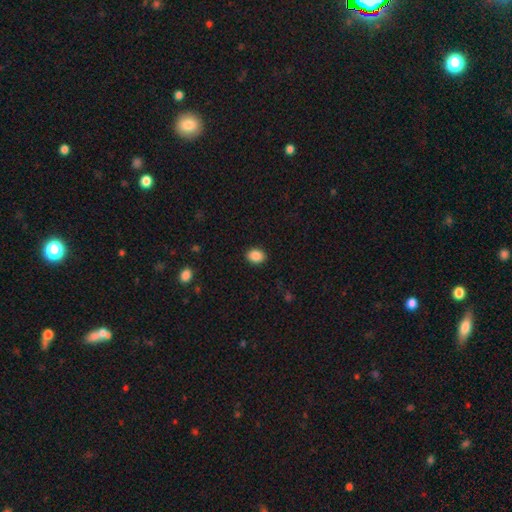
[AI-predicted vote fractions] Morphology: type=smooth (88%); roundness=in between (62%); merging=none (90%).